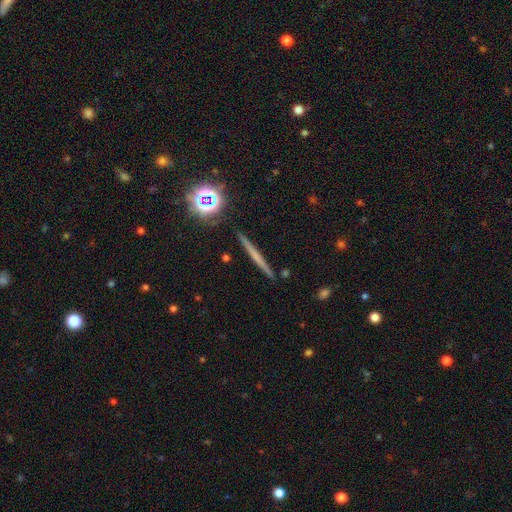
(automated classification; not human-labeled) smooth_or_featured: featured or disk (p=0.47) [alt: smooth p=0.39]
merging: none (p=0.90) [alt: minor disturbance p=0.06]